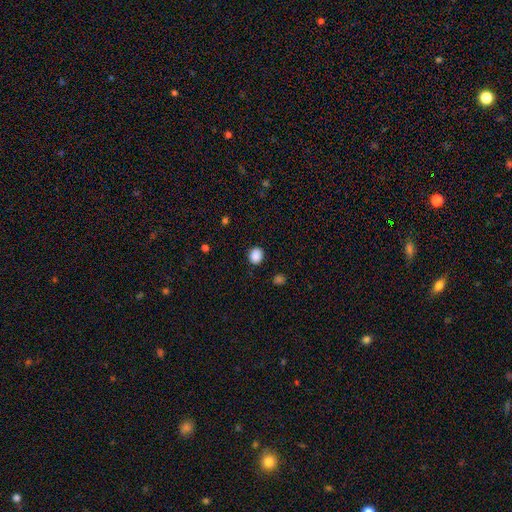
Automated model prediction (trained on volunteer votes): A smooth galaxy with no disk features (88%) that is round (73%).

Vote fractions:
- Smooth or featured? smooth: 88% / star or artifact: 9% / featured or disk: 3%
- How rounded? round: 73% / in between: 26% / cigar-shaped: 1%
- Merging? none: 88% / minor disturbance: 8% / major disturbance: 2% / merger: 1%